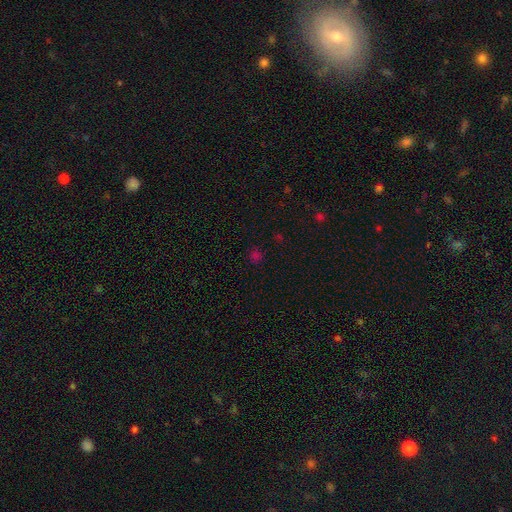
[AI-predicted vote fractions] Overall: smooth (63%; star or artifact 32%). How rounded: round (84%). Merging: none (85%).